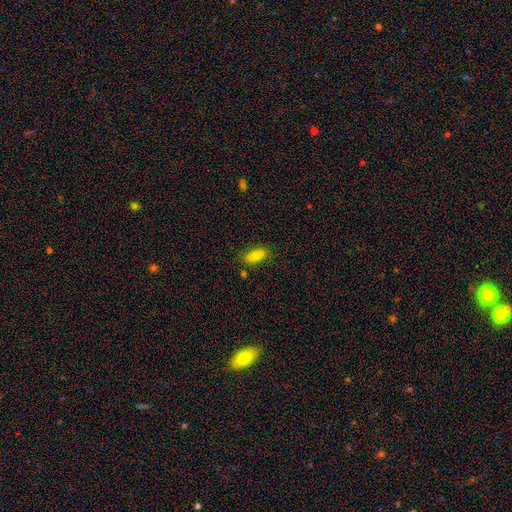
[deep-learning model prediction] smooth_or_featured: smooth (p=0.81) [alt: featured or disk p=0.10]
how_rounded: in between (p=0.86) [alt: cigar-shaped p=0.11]
merging: none (p=0.80) [alt: minor disturbance p=0.14]